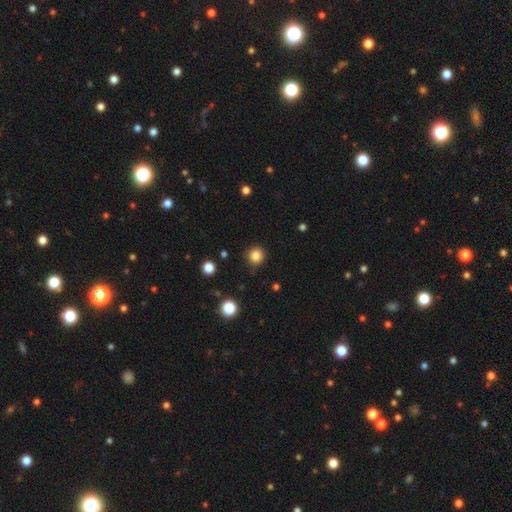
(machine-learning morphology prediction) This is clearly a smooth galaxy (84%). How rounded: clearly round (94%). Merging: clearly none (90%).